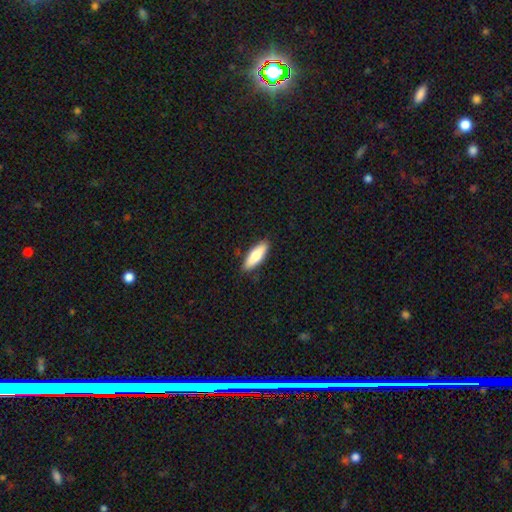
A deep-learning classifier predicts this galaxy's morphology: This appears to be a smooth galaxy with no disk features (76%) that is in between round and cigar-shaped (53%). Merging: none (87%).